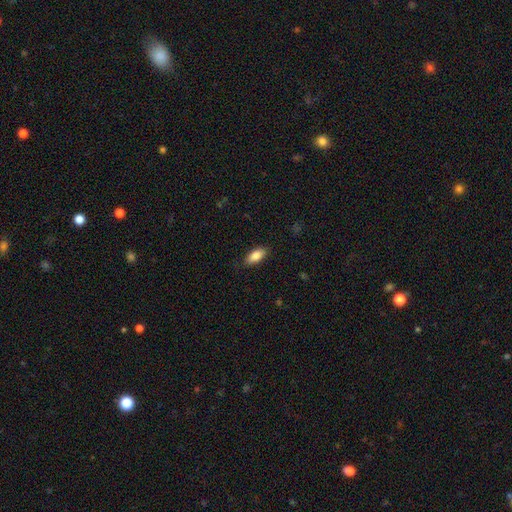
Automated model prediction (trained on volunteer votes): Morphology: type=smooth (85%); roundness=in between (86%); merging=none (86%).